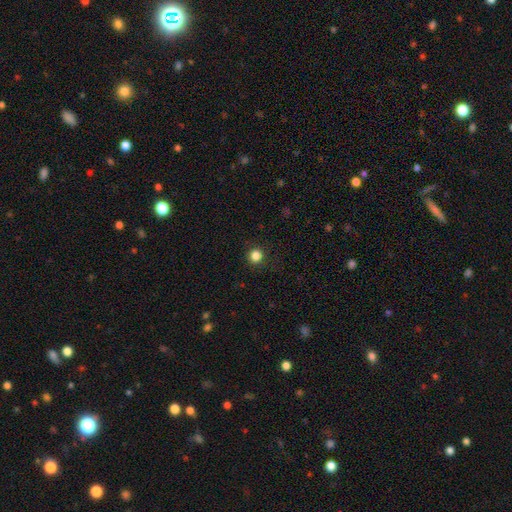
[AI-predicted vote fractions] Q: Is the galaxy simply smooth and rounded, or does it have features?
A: smooth — 84%.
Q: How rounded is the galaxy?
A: round — 94%.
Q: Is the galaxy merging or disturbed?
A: none — 91%.